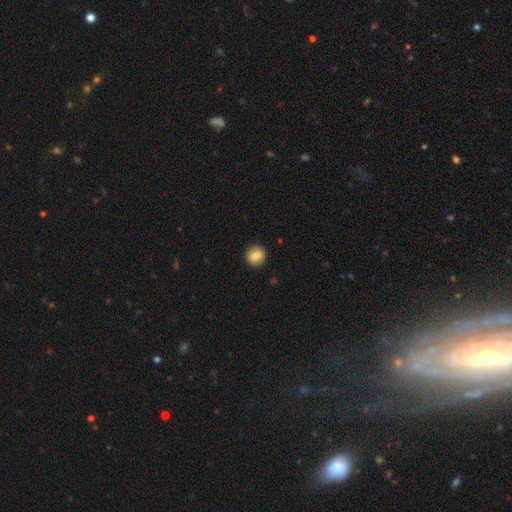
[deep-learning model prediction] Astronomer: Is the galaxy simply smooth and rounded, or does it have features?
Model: smooth — 81%.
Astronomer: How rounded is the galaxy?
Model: round — 95%.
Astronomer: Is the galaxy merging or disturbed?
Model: none — 93%.